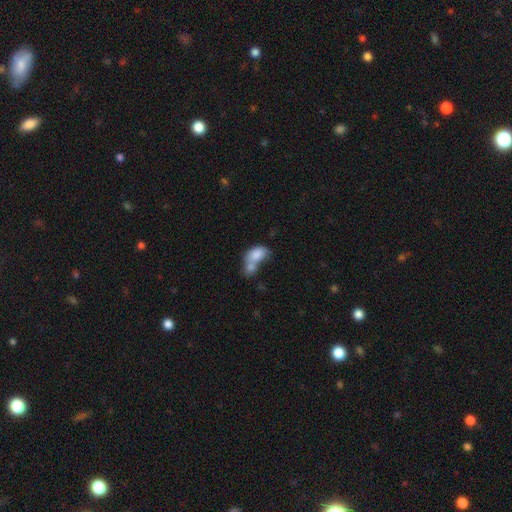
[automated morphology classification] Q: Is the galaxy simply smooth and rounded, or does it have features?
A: smooth — 79%.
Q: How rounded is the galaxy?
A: in between — 85%.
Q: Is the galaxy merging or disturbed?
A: merger — 67%.